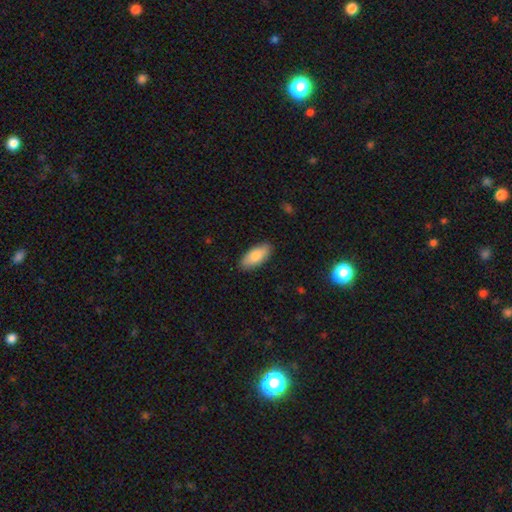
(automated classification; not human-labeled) A smooth galaxy with no disk features (84%) that is in between round and cigar-shaped (87%). Merging: none (88%).